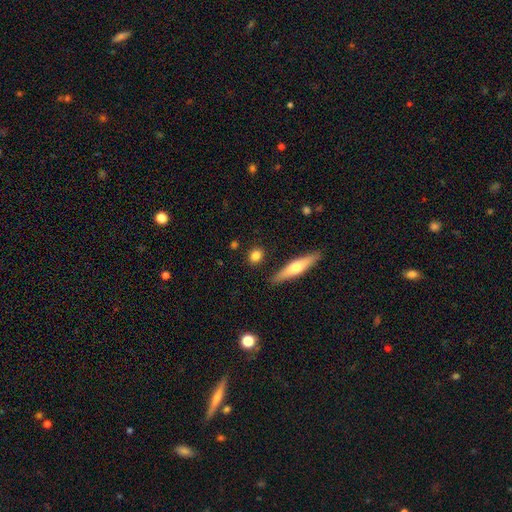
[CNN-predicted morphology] Q: Smooth or featured?
A: smooth (79%); runner-up: featured or disk (13%)
Q: How rounded?
A: round (66%); runner-up: in between (25%)
Q: Merging?
A: none (87%); runner-up: minor disturbance (8%)